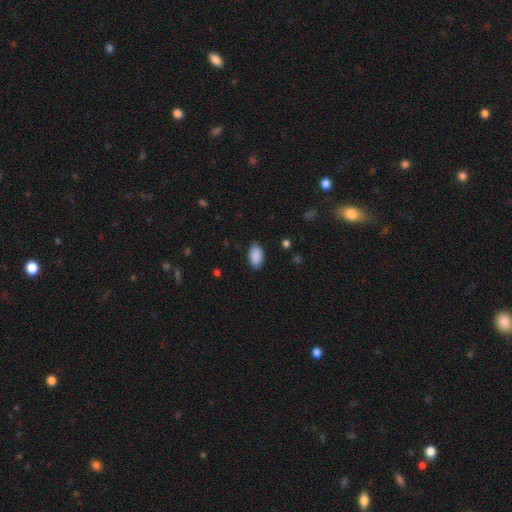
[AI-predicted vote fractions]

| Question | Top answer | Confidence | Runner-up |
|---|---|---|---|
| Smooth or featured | smooth | 90% | star or artifact (6%) |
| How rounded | in between | 94% | round (4%) |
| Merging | none | 86% | minor disturbance (10%) |